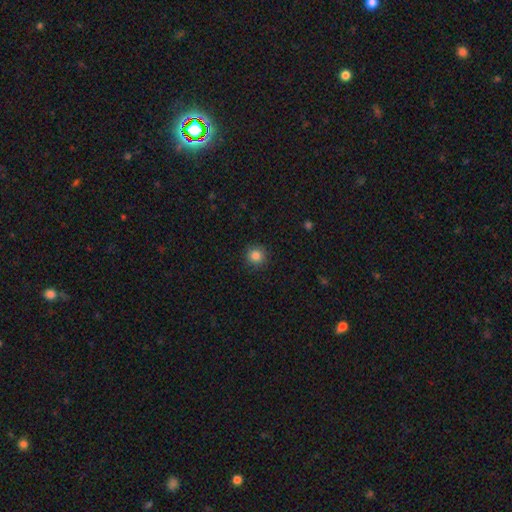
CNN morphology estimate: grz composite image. It shows a smooth galaxy with no disk features (84%) that is round (94%). Merging: none (91%).